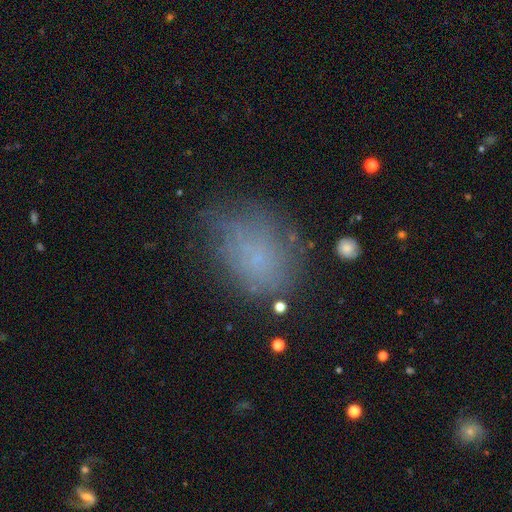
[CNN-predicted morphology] Smooth or featured? smooth (63%)
How rounded? in between (62%)
Merging? none (60%)